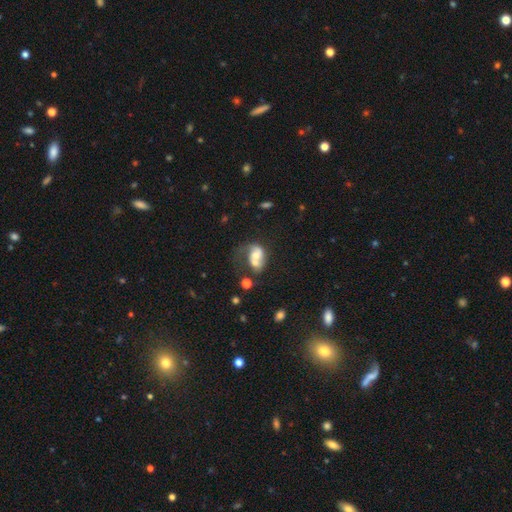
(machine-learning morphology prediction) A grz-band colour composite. It shows a featured or disk galaxy (47%). Merging: merger (53%).